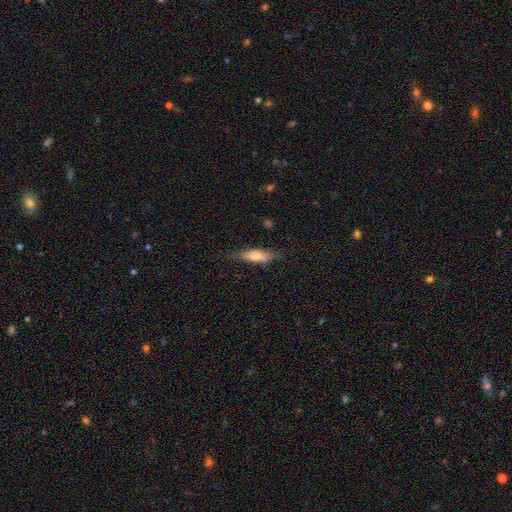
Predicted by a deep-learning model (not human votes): smooth_or_featured: smooth (p=0.65) [alt: featured or disk p=0.28]
how_rounded: cigar-shaped (p=0.54) [alt: in between p=0.44]
merging: none (p=0.66) [alt: minor disturbance p=0.24]